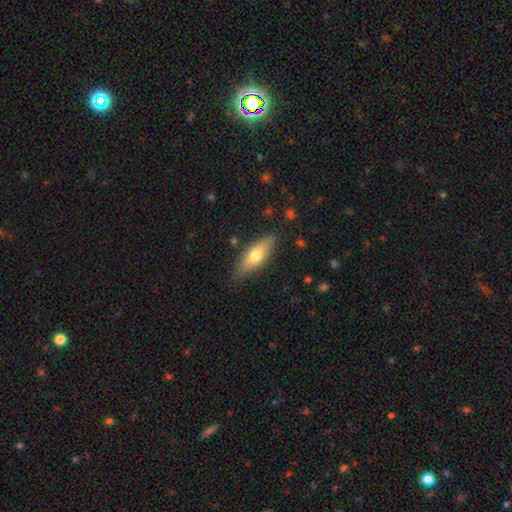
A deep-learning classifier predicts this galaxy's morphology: smooth 65%, featured or disk 29%, star or artifact 6%. Down the decision tree: how rounded — in between (60%); merging — none (82%).